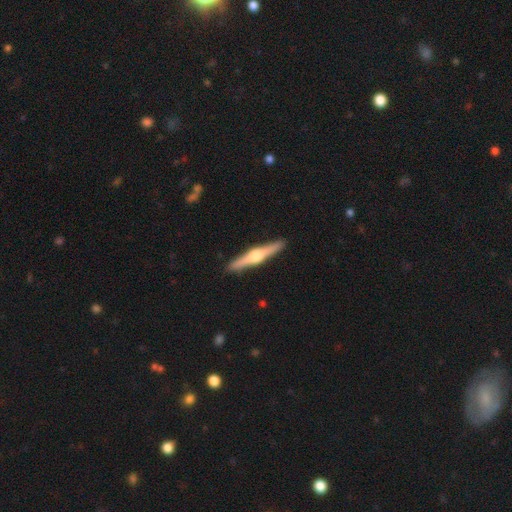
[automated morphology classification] This is likely a featured or disk galaxy (73%). It is clearly viewed edge-on (98%). Edge-on bulge: clearly rounded (93%). Merging: clearly none (92%).